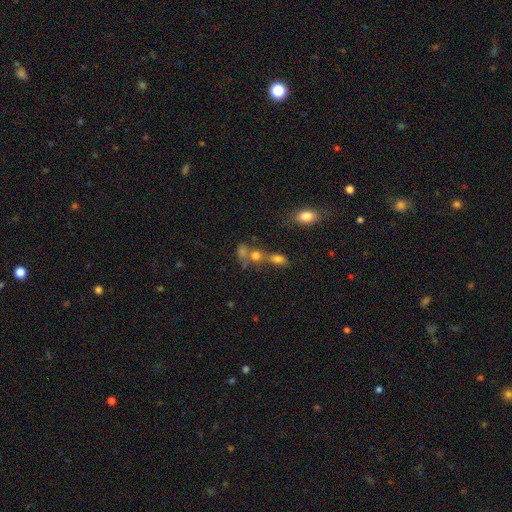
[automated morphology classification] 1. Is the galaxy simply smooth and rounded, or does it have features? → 69% smooth, 17% star or artifact, 14% featured or disk.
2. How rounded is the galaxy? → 50% round, 46% in between, 4% cigar-shaped.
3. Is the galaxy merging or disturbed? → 51% merger, 32% none, 10% minor disturbance, 8% major disturbance.